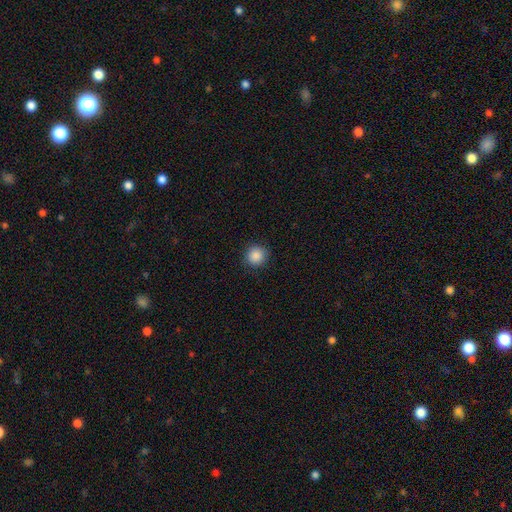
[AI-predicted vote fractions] Smooth or featured?
  - smooth: 88% *
  - star or artifact: 9%
  - featured or disk: 3%
How rounded?
  - round: 93% *
  - in between: 6%
  - cigar-shaped: 1%
Merging?
  - none: 90% *
  - minor disturbance: 7%
  - major disturbance: 2%
  - merger: 1%